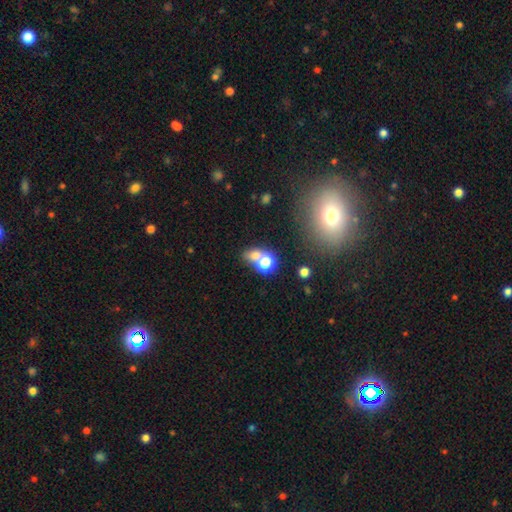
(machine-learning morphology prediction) The model was most divided on "merging": merger: 45%, none: 40%, minor disturbance: 9%, major disturbance: 6%. More confident: smooth or featured — smooth (64%); how rounded — round (54%).